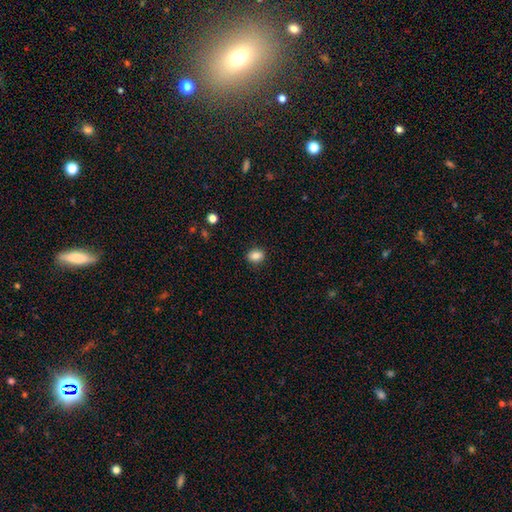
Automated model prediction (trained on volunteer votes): Smooth or featured? smooth (86%)
How rounded? in between (57%)
Merging? none (89%)